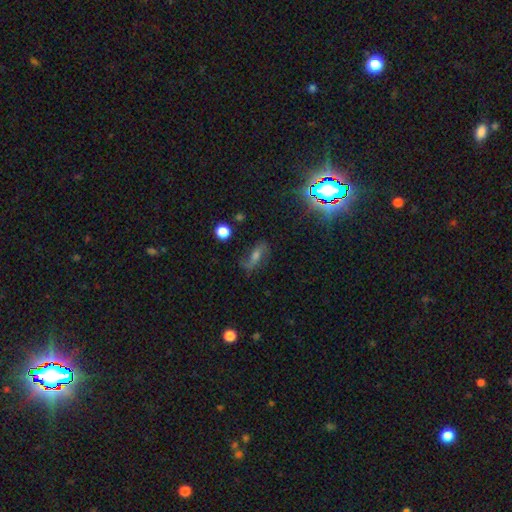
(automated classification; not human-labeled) This appears to be a featured or disk galaxy (55%). Merging: none (68%).